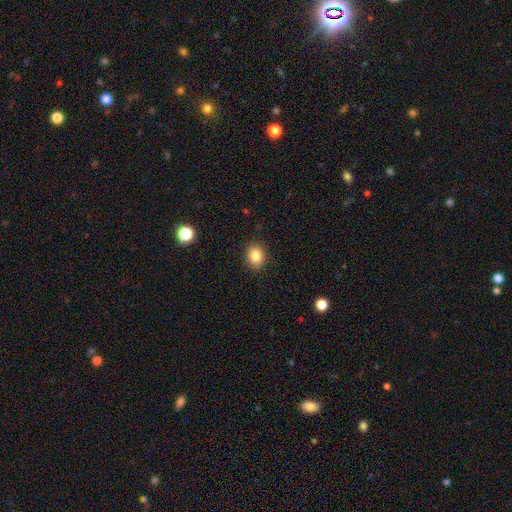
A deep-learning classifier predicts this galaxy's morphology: Smooth or featured? smooth (83%)
How rounded? in between (50%)
Merging? none (89%)